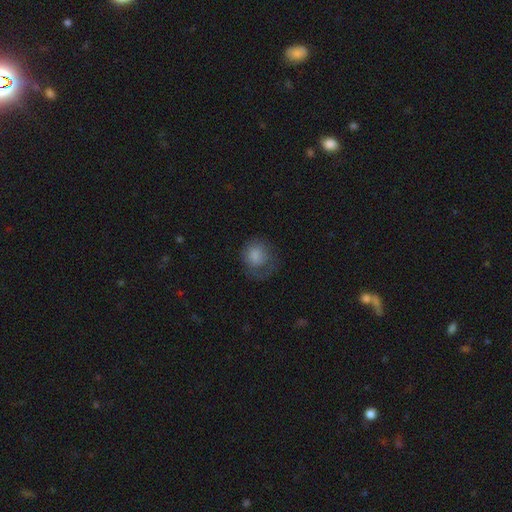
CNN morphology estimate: Overall: smooth (75%). How rounded: round (72%). Merging: none (44%; major disturbance 30%).